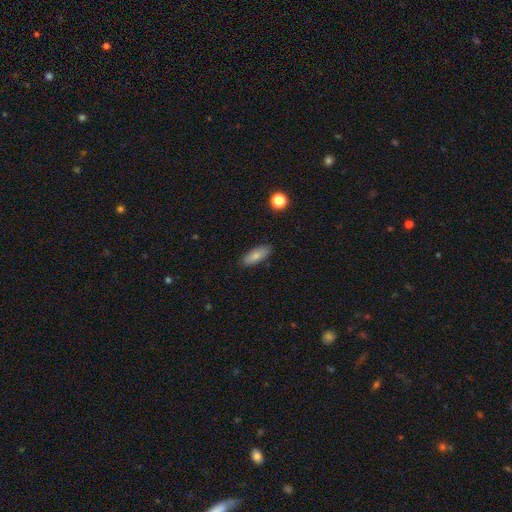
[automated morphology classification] Smooth or featured: smooth — 78% (featured or disk — 15%)
How rounded: in between — 73% (cigar-shaped — 24%)
Merging: none — 87% (minor disturbance — 10%)